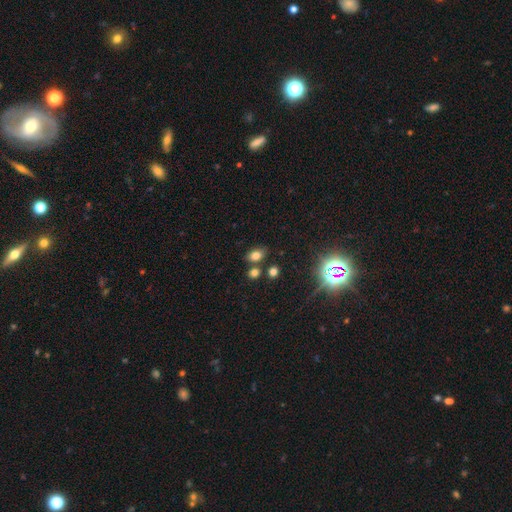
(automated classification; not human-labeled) Smooth or featured? smooth (75%)
How rounded? in between (81%)
Merging? none (69%)